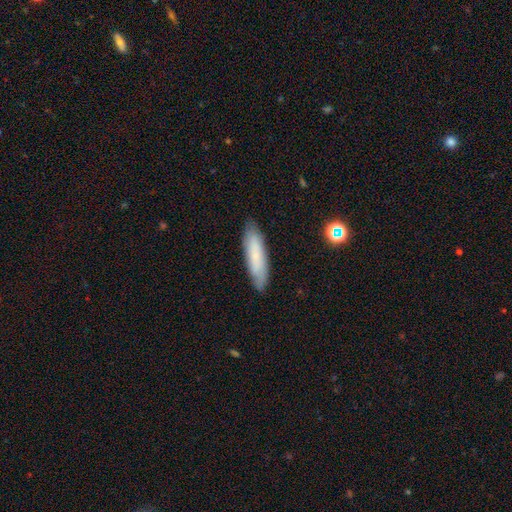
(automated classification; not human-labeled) Overall: smooth (73%). How rounded: cigar-shaped (73%). Merging: none (85%).